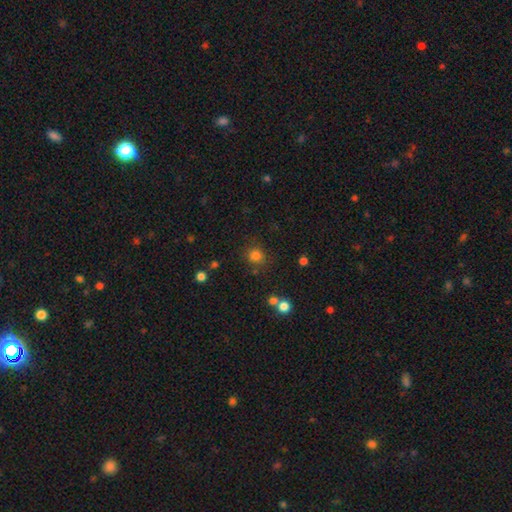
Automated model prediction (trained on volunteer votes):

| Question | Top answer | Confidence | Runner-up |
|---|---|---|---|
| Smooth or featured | smooth | 80% | star or artifact (15%) |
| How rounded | round | 85% | in between (14%) |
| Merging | none | 78% | minor disturbance (11%) |